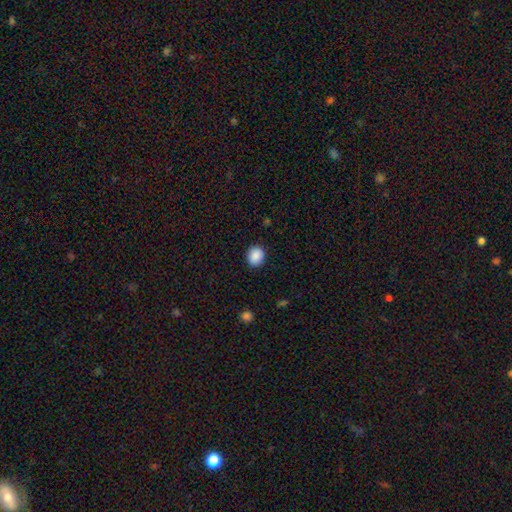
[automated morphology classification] A smooth galaxy with no disk features (89%) that is round (70%).

Vote fractions:
- Smooth or featured? smooth: 89% / star or artifact: 8% / featured or disk: 3%
- How rounded? round: 70% / in between: 29% / cigar-shaped: 1%
- Merging? none: 90% / minor disturbance: 7% / major disturbance: 2% / merger: 1%